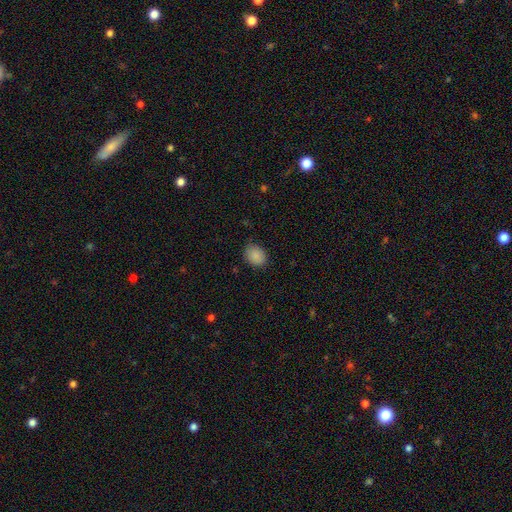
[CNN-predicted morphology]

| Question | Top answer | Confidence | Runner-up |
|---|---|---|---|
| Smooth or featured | smooth | 88% | star or artifact (8%) |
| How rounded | in between | 58% | round (41%) |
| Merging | none | 82% | minor disturbance (14%) |